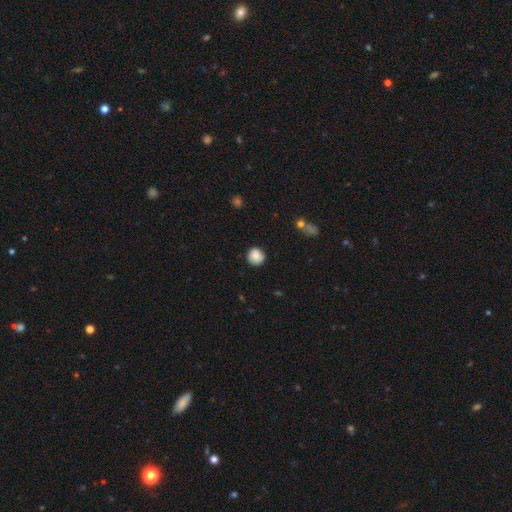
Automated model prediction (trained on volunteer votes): A smooth galaxy with no disk features (86%) that is round (92%).

Vote fractions:
- Smooth or featured? smooth: 86% / star or artifact: 9% / featured or disk: 6%
- How rounded? round: 92% / in between: 8% / cigar-shaped: 1%
- Merging? none: 85% / minor disturbance: 11% / major disturbance: 2% / merger: 2%